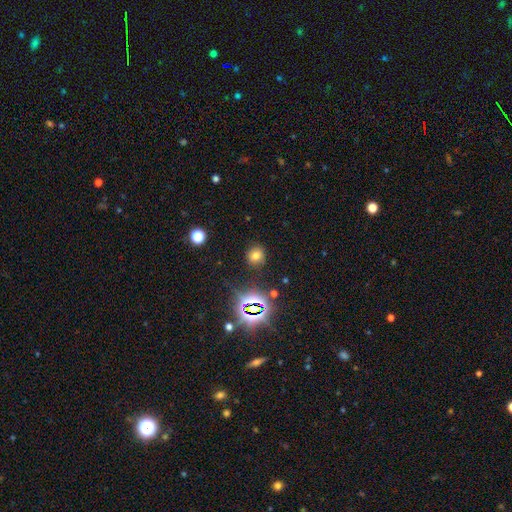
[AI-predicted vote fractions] smooth 65%, star or artifact 25%, featured or disk 9%. Down the decision tree: how rounded — round (82%); merging — none (84%).